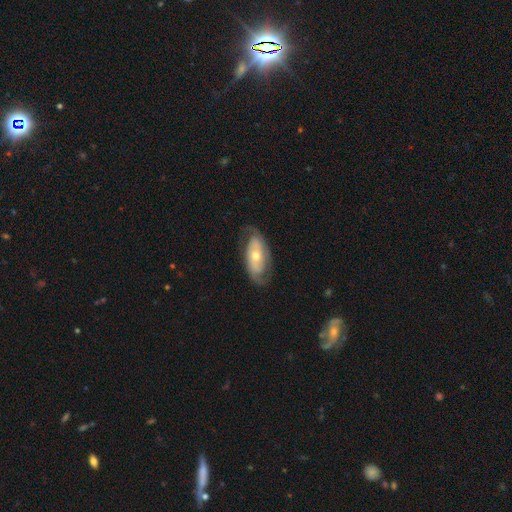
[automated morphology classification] Smooth or featured: featured or disk — 67% (smooth — 28%)
Edge-on disk: no — 91% (yes — 9%)
Bar: no — 68% (weak — 21%)
Spiral arms: yes — 79% (no — 21%)
Bulge size: moderate — 57% (small — 37%)
Merging: none — 70% (minor disturbance — 19%)